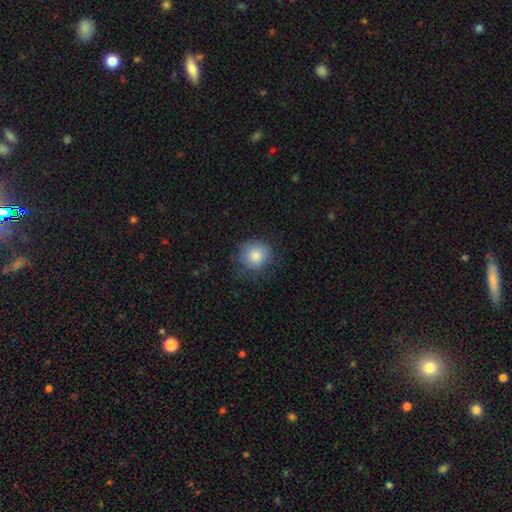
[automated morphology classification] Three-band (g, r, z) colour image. It shows a smooth galaxy with no disk features (82%) that is round (88%). Merging: none (75%).